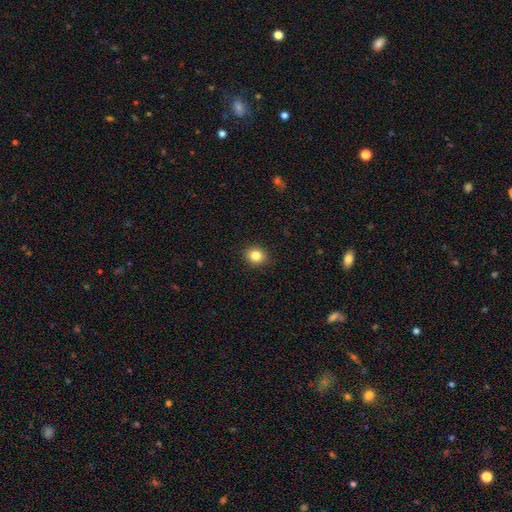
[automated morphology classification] A smooth galaxy with no disk features (84%) that is round (74%). Merging: none (91%).